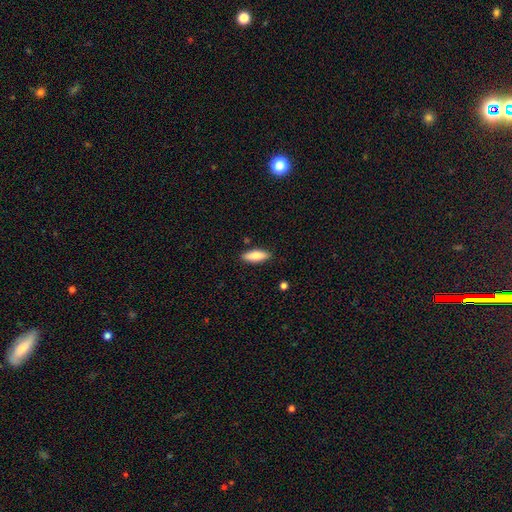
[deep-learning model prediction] Smooth or featured? smooth (77%)
How rounded? in between (66%)
Merging? none (87%)